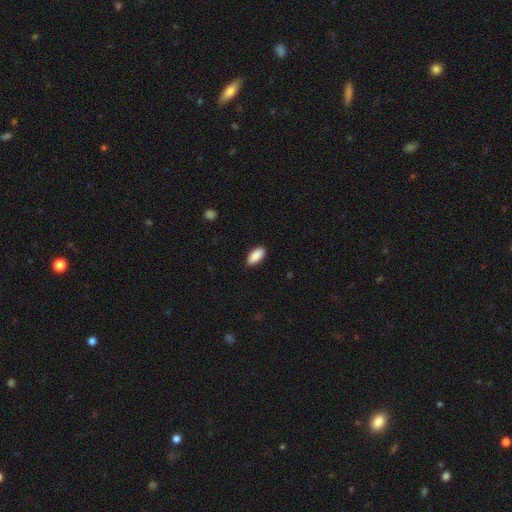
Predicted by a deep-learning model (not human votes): Smooth or featured?
  - smooth: 90% *
  - star or artifact: 6%
  - featured or disk: 3%
How rounded?
  - in between: 92% *
  - cigar-shaped: 6%
  - round: 2%
Merging?
  - none: 89% *
  - minor disturbance: 8%
  - major disturbance: 2%
  - merger: 1%